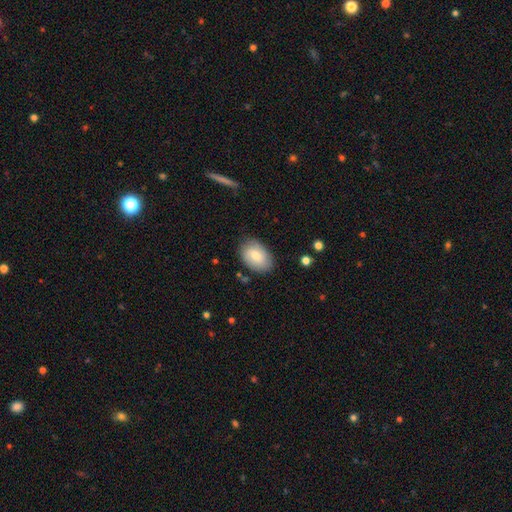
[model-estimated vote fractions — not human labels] Smooth or featured? smooth (74%)
How rounded? in between (84%)
Merging? none (80%)